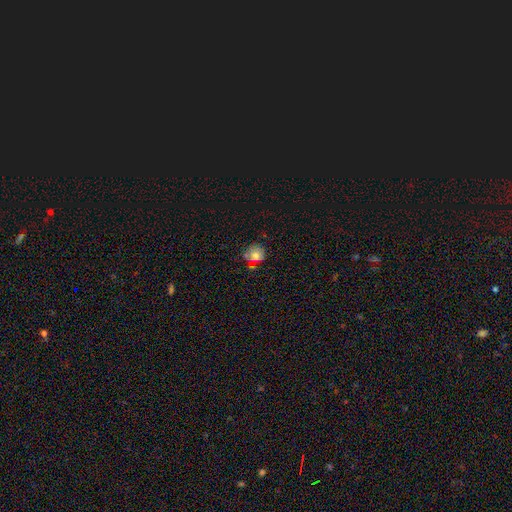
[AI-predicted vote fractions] smooth 73%, featured or disk 16%, star or artifact 11%. Down the decision tree: how rounded — round (85%); merging — none (58%).